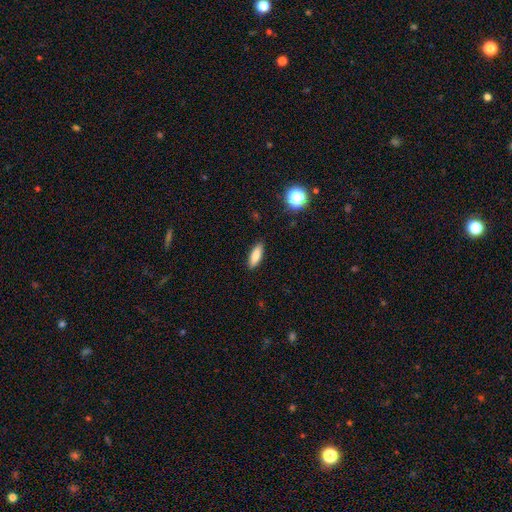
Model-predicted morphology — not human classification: smooth_or_featured: smooth (p=0.83) [alt: featured or disk p=0.09]
how_rounded: in between (p=0.58) [alt: cigar-shaped p=0.40]
merging: none (p=0.88) [alt: minor disturbance p=0.09]